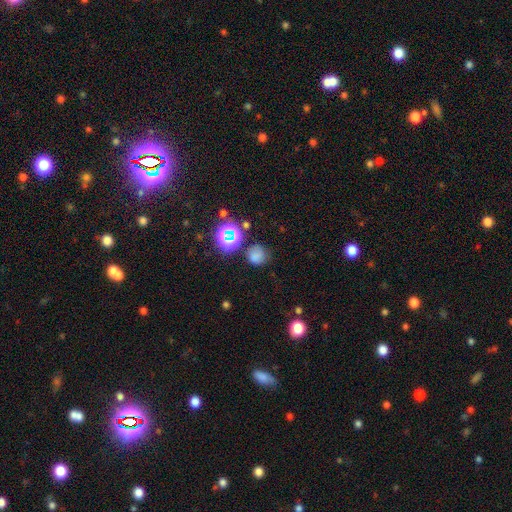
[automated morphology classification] Smooth or featured? Predicted: smooth (p=0.68). How rounded? Predicted: round (p=0.87). Merging? Predicted: none (p=0.70).